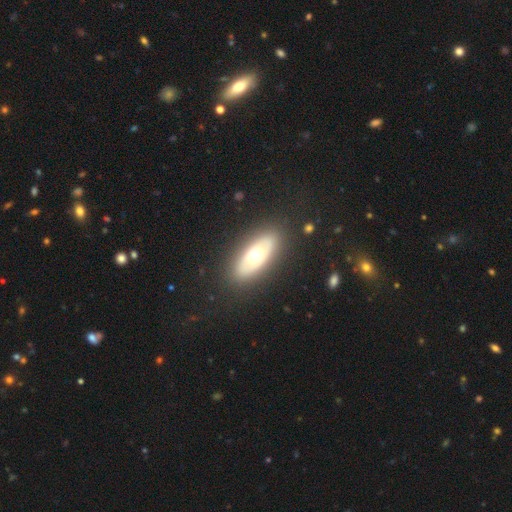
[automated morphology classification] A smooth galaxy with no disk features (49%).

Vote fractions:
- Smooth or featured? smooth: 49% / featured or disk: 44% / star or artifact: 7%
- Merging? none: 86% / minor disturbance: 9% / major disturbance: 4% / merger: 1%